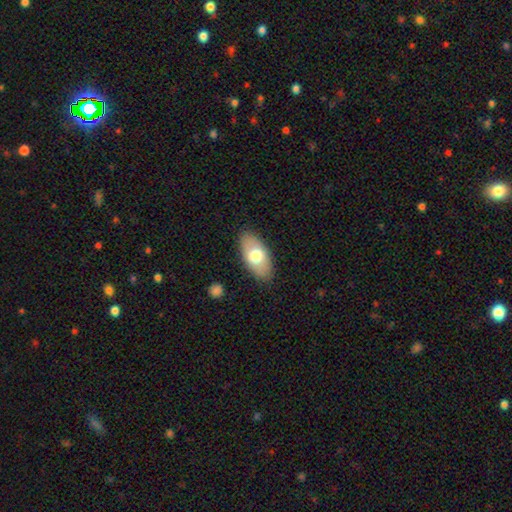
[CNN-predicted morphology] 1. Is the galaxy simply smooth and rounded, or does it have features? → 67% smooth, 27% featured or disk, 6% star or artifact.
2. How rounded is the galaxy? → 92% in between, 4% cigar-shaped, 4% round.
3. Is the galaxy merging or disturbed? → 86% none, 11% minor disturbance, 2% major disturbance, 1% merger.